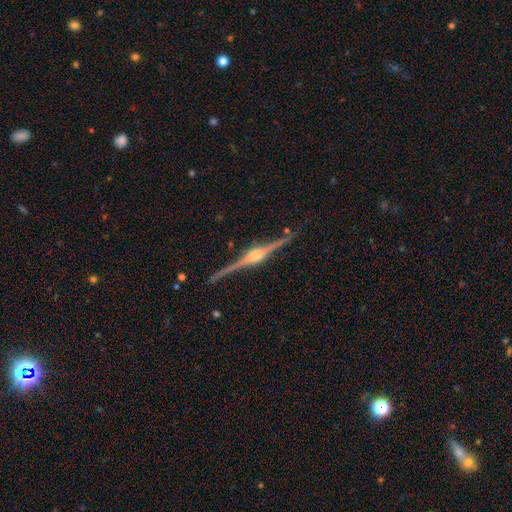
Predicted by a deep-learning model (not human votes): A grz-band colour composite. It shows a featured or disk galaxy (91%) viewed edge-on (99%) with a rounded central bulge (91%). Merging: none (89%).